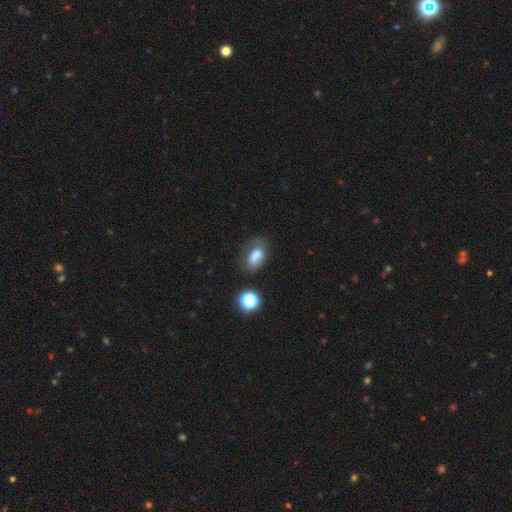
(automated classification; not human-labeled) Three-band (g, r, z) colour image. It shows a smooth galaxy with no disk features (70%) that is in between round and cigar-shaped (83%). Merging: none (51%).